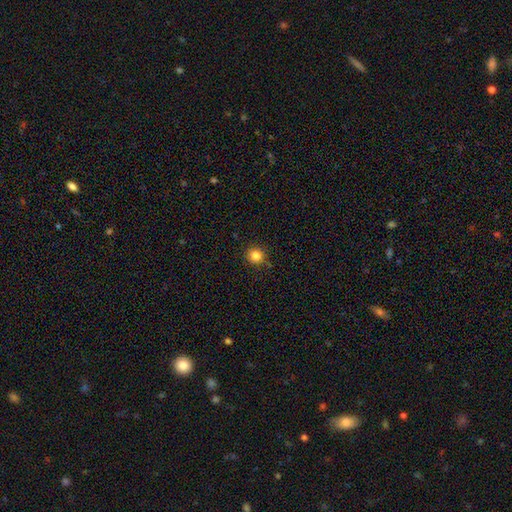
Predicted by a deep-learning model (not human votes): A smooth galaxy with no disk features (83%) that is round (93%). Merging: none (90%).